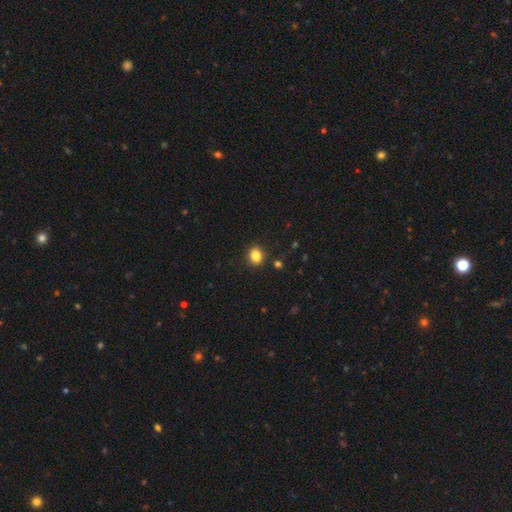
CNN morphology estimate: Smooth or featured? Predicted: smooth (p=0.85). How rounded? Predicted: round (p=0.54). Merging? Predicted: none (p=0.88).